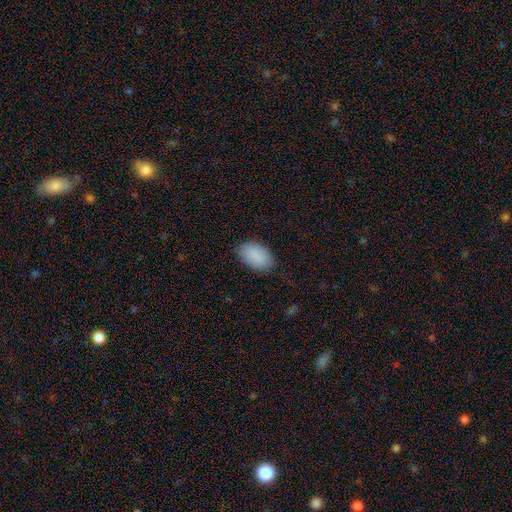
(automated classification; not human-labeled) Overall: smooth (90%). How rounded: in between (94%). Merging: none (81%).